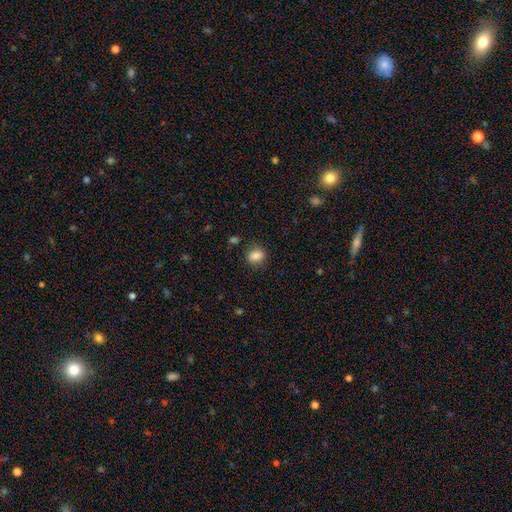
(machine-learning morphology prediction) This is clearly a smooth galaxy (84%). How rounded: possibly in between (50%). Merging: clearly none (83%).